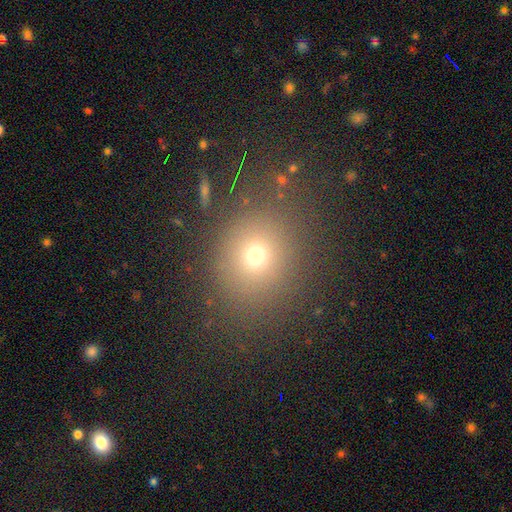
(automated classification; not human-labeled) This is likely a smooth galaxy (69%). How rounded: likely round (76%). Merging: clearly none (83%).